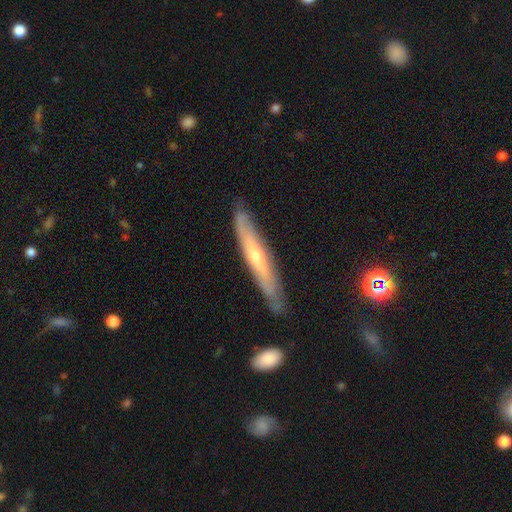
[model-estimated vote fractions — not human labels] This is likely a featured or disk galaxy (63%). It is clearly viewed edge-on (83%). Edge-on bulge: likely rounded (68%). Merging: clearly none (82%).